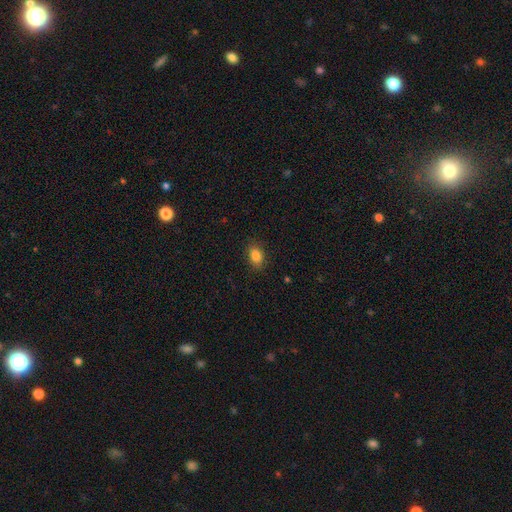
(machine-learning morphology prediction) Smooth or featured: smooth — 85% (star or artifact — 9%)
How rounded: in between — 81% (round — 17%)
Merging: none — 87% (minor disturbance — 10%)